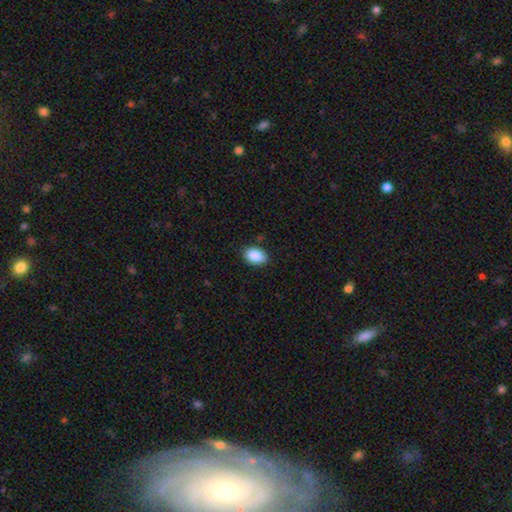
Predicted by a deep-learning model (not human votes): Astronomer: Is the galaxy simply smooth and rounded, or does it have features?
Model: smooth — 89%.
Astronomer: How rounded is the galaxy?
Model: in between — 86%.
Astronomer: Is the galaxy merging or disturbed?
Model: none — 85%.